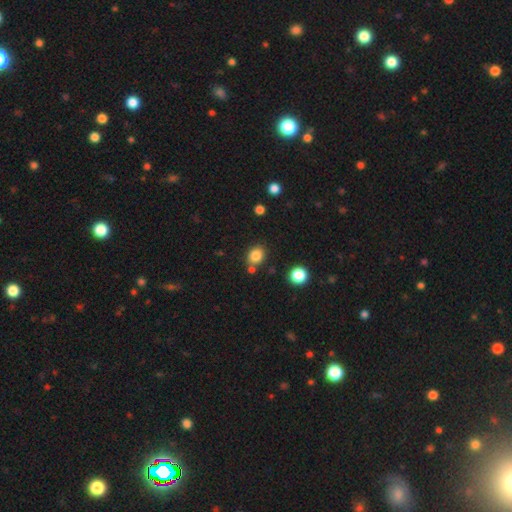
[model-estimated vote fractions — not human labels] This is clearly a smooth galaxy (83%). How rounded: likely round (63%). Merging: likely none (74%).